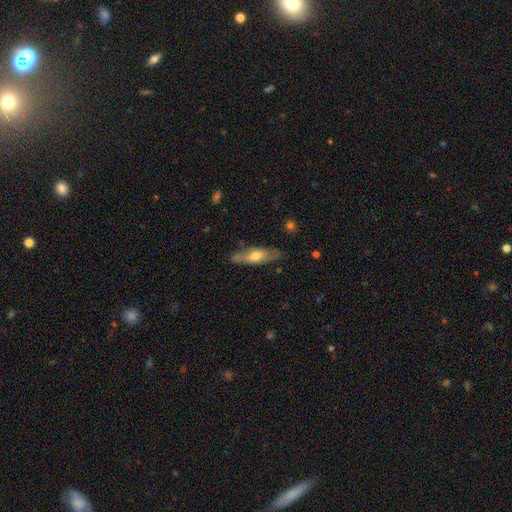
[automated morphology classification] Q: Smooth or featured?
A: smooth (50%); runner-up: featured or disk (44%)
Q: Merging?
A: none (79%); runner-up: minor disturbance (16%)